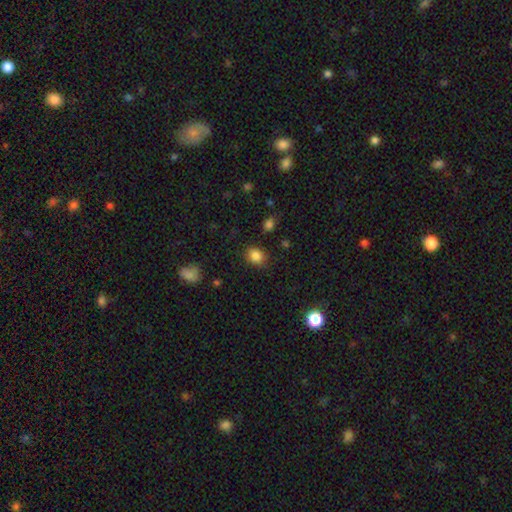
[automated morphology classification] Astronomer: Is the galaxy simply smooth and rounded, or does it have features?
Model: smooth — 85%.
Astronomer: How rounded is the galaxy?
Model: round — 60% (runner-up: in between, 40%).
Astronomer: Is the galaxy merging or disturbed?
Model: none — 83%.